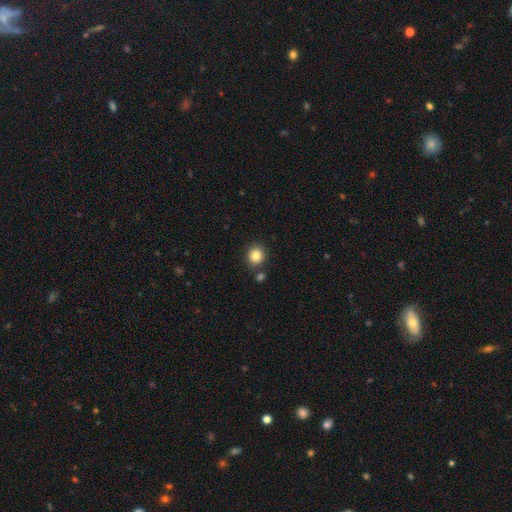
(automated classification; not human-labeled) smooth-or-featured: smooth: 84% | star or artifact: 11% | featured or disk: 6%
  how-rounded: round: 86% | in between: 13% | cigar-shaped: 1%
  merging: none: 82% | minor disturbance: 8% | merger: 7% | major disturbance: 2%